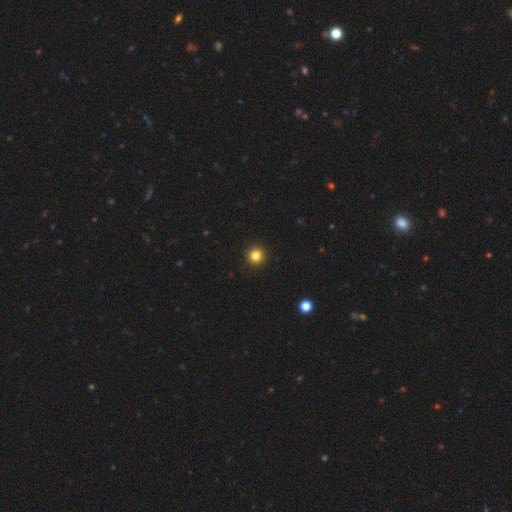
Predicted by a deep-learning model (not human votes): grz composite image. It shows a smooth galaxy with no disk features (83%) that is round (95%). Merging: none (94%).